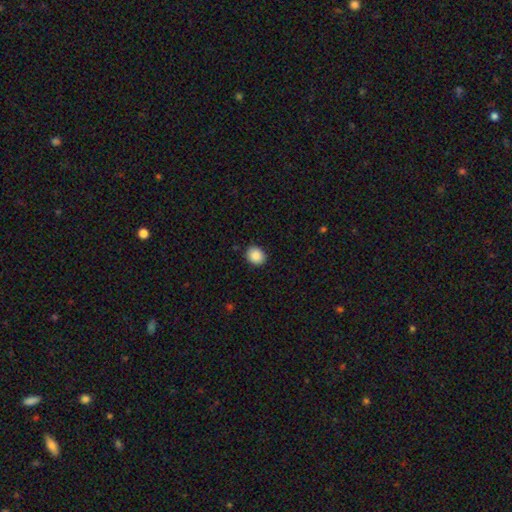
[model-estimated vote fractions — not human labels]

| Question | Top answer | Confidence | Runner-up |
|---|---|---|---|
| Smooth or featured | smooth | 88% | star or artifact (8%) |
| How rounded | round | 68% | in between (31%) |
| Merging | none | 89% | minor disturbance (8%) |